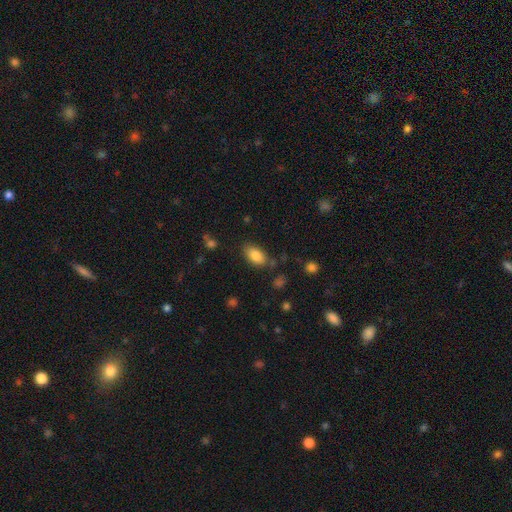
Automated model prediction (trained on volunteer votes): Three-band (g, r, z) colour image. It shows a smooth galaxy with no disk features (85%) that is in between round and cigar-shaped (92%). Merging: none (76%).